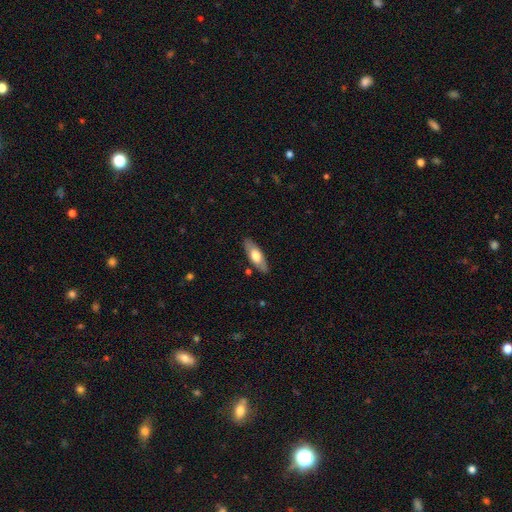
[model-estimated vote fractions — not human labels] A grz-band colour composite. It shows a smooth galaxy with no disk features (58%) that is in between round and cigar-shaped (67%). Merging: none (84%).